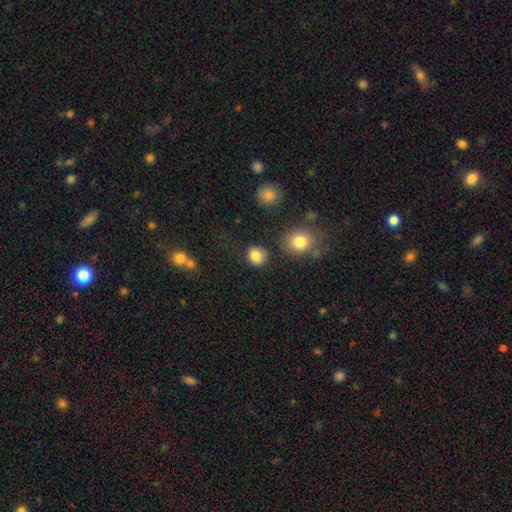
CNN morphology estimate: smooth_or_featured: smooth (p=0.85) [alt: star or artifact p=0.10]
how_rounded: round (p=0.84) [alt: in between p=0.15]
merging: none (p=0.83) [alt: minor disturbance p=0.09]